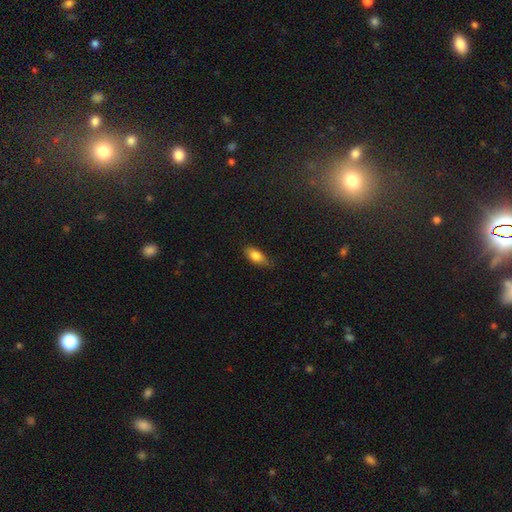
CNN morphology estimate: This appears to be a smooth galaxy with no disk features (80%) that is in between round and cigar-shaped (84%). Merging: none (77%).